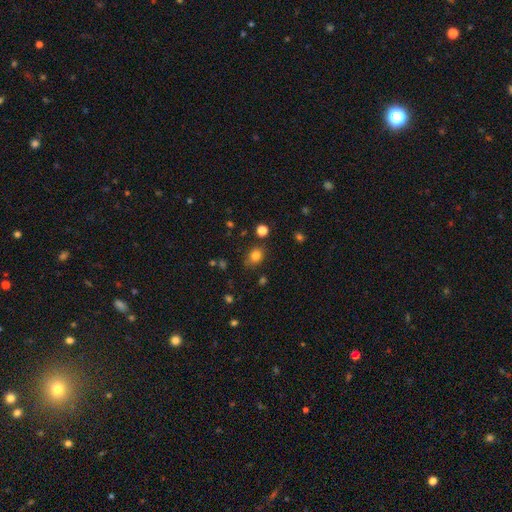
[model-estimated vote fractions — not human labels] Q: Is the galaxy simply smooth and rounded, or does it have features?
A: smooth — 80%.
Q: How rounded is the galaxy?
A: round — 54%.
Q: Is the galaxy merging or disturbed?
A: none — 80%.